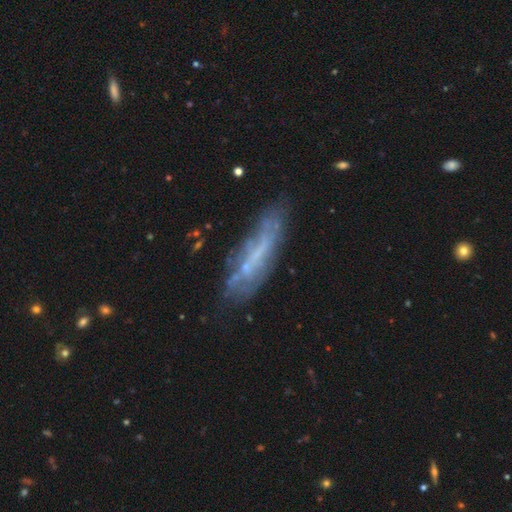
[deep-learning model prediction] featured or disk 56%, smooth 33%, star or artifact 11%. Down the decision tree: edge-on disk — no (56%); merging — none (63%).